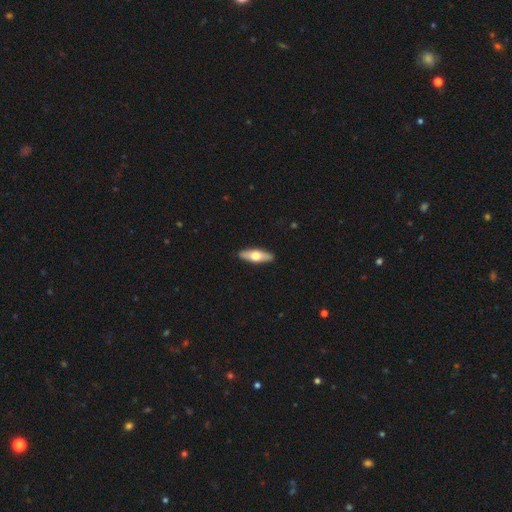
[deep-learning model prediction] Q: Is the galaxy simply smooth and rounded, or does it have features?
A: smooth — 55%.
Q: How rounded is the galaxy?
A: in between — 53%.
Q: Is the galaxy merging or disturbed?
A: none — 91%.